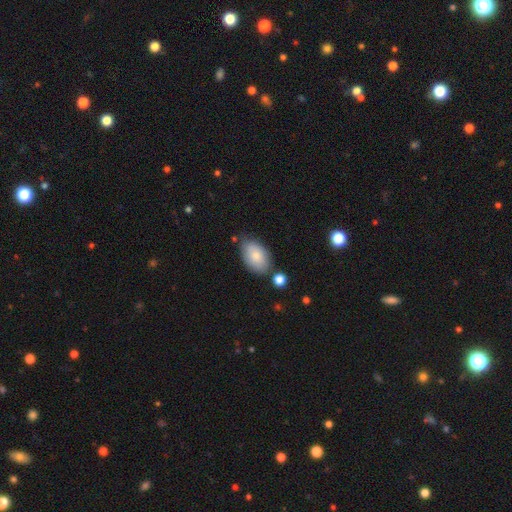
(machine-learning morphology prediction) This is clearly a smooth galaxy (82%). How rounded: clearly in between (92%). Merging: likely none (69%).